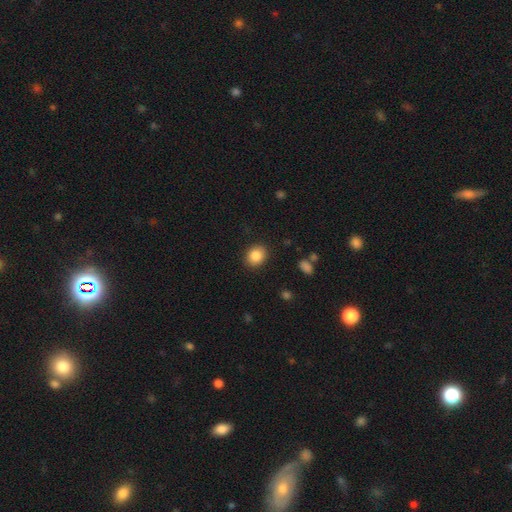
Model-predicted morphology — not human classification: This appears to be a smooth galaxy with no disk features (86%) that is round (57%). Merging: none (89%).